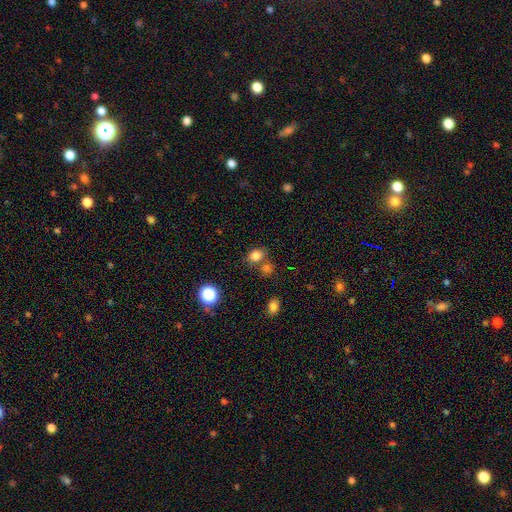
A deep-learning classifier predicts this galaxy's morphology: Smooth or featured? smooth (80%)
How rounded? round (52%)
Merging? none (63%)